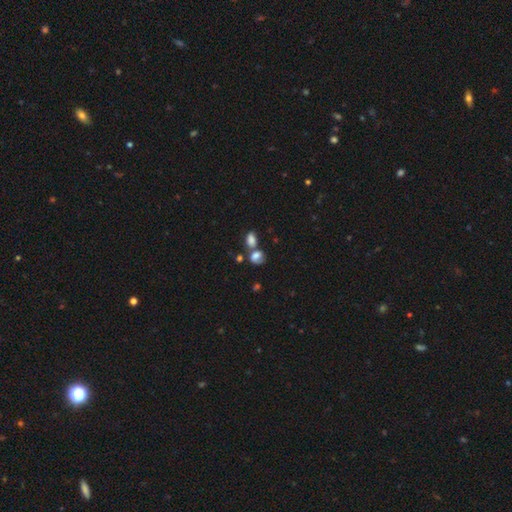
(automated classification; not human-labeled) Smooth or featured? Predicted: smooth (p=0.74). How rounded? Predicted: in between (p=0.68). Merging? Predicted: merger (p=0.49).